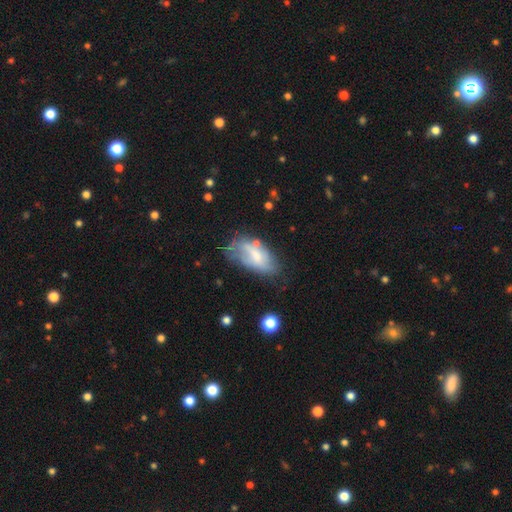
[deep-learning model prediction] This appears to be a smooth galaxy with no disk features (48%). Merging: none (42%).